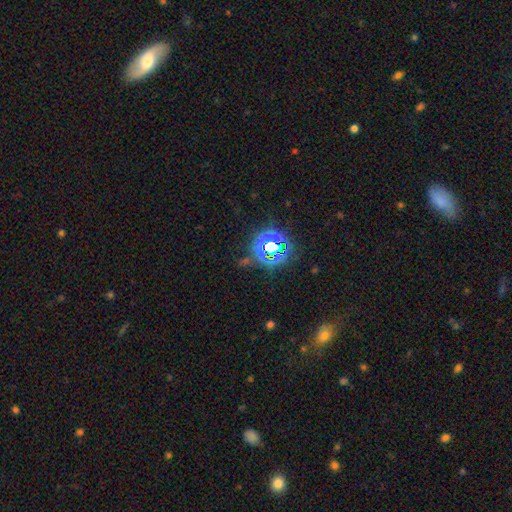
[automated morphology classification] Smooth or featured?
  - star or artifact: 70% *
  - smooth: 21%
  - featured or disk: 8%